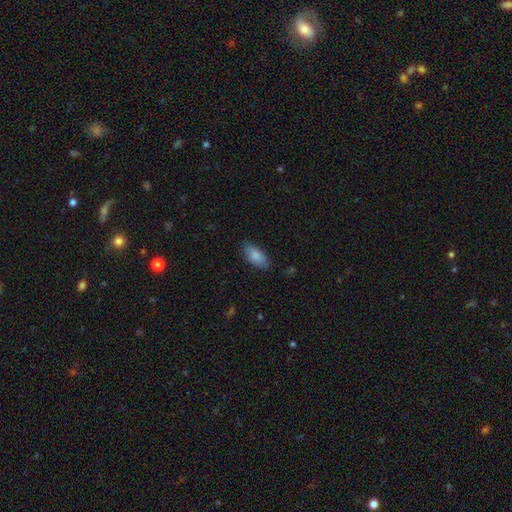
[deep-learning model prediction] smooth_or_featured: smooth (p=0.87) [alt: featured or disk p=0.07]
how_rounded: in between (p=0.89) [alt: cigar-shaped p=0.09]
merging: none (p=0.81) [alt: minor disturbance p=0.15]